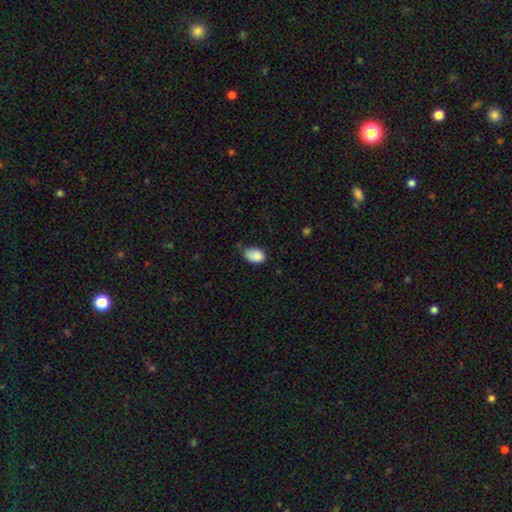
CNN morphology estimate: The model was most divided on "merging": none: 55%, minor disturbance: 36%, major disturbance: 7%, merger: 3%. More confident: smooth or featured — smooth (87%); how rounded — in between (86%).